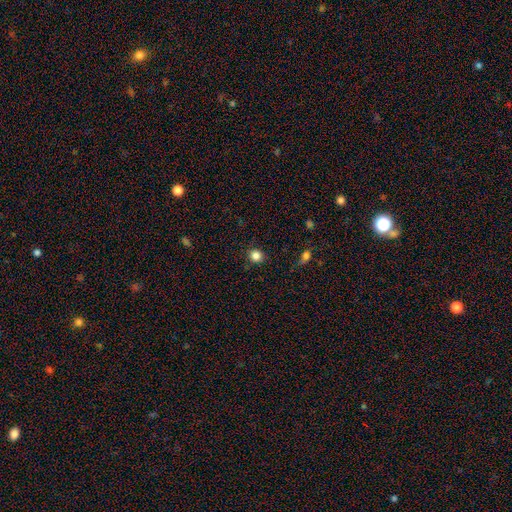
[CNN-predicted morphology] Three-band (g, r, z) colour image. It shows a smooth galaxy with no disk features (84%) that is round (90%). Merging: none (89%).